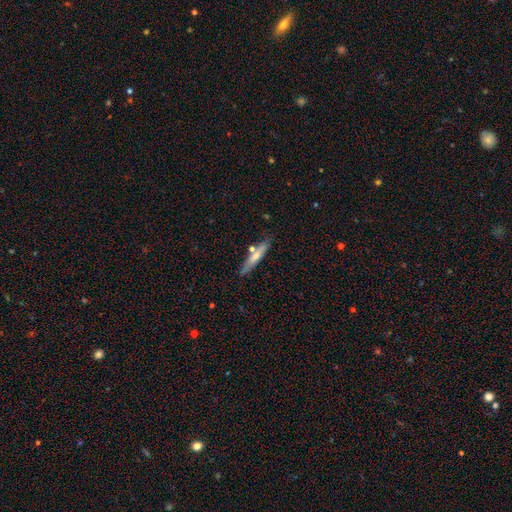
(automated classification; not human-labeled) smooth 61%, featured or disk 33%, star or artifact 6%. Down the decision tree: how rounded — cigar-shaped (86%); merging — none (75%).